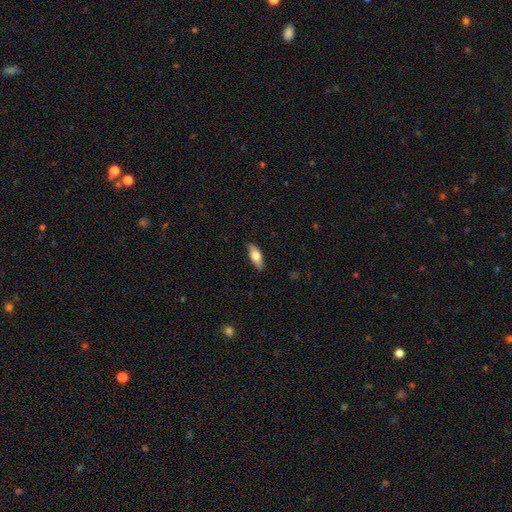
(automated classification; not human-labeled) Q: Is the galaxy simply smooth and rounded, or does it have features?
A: smooth — 71%.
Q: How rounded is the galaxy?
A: in between — 71%.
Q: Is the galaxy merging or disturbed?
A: none — 87%.